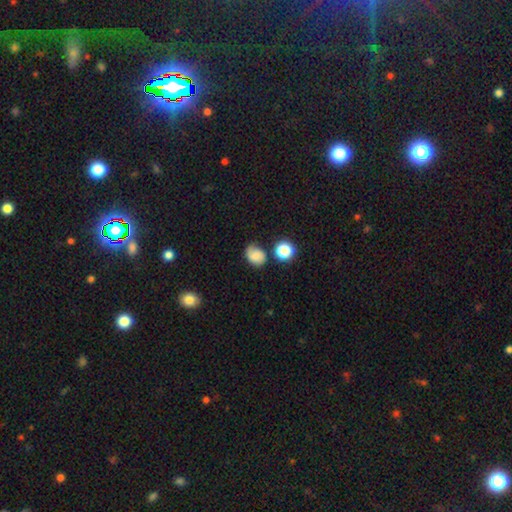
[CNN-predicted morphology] Smooth or featured: smooth — 69% (featured or disk — 19%)
How rounded: in between — 50% (round — 49%)
Merging: none — 58% (minor disturbance — 27%)